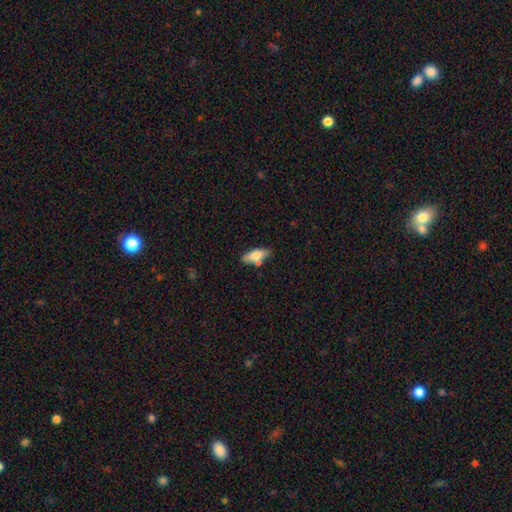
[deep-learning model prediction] Smooth or featured?
  - smooth: 73% *
  - featured or disk: 20%
  - star or artifact: 7%
How rounded?
  - in between: 71% *
  - cigar-shaped: 26%
  - round: 3%
Merging?
  - none: 62% *
  - minor disturbance: 19%
  - merger: 14%
  - major disturbance: 4%